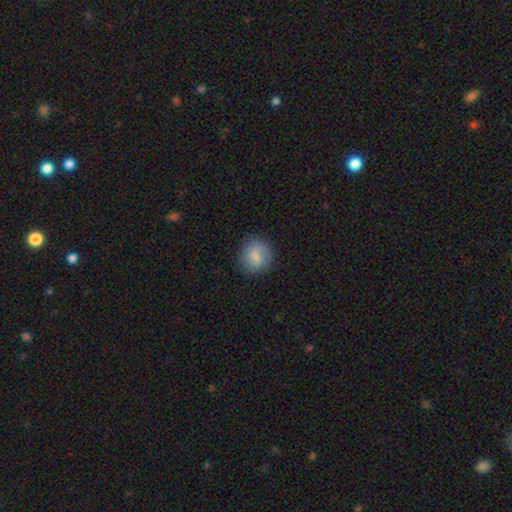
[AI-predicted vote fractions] smooth_or_featured: smooth (p=0.75) [alt: featured or disk p=0.18]
how_rounded: round (p=0.78) [alt: in between p=0.21]
merging: none (p=0.79) [alt: minor disturbance p=0.15]